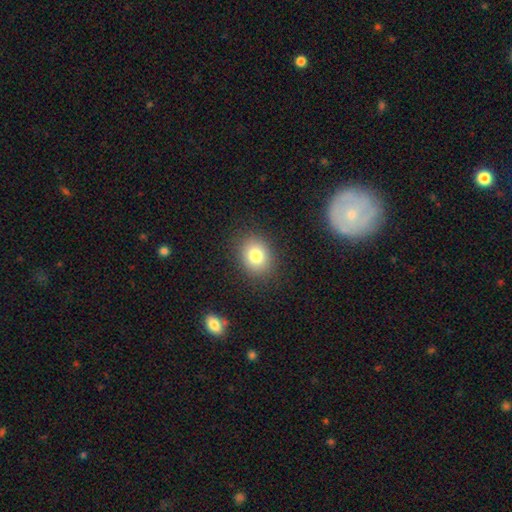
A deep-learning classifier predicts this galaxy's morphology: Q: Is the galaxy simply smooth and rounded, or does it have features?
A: smooth — 80%.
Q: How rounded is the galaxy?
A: round — 55%.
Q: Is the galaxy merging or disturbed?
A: none — 87%.